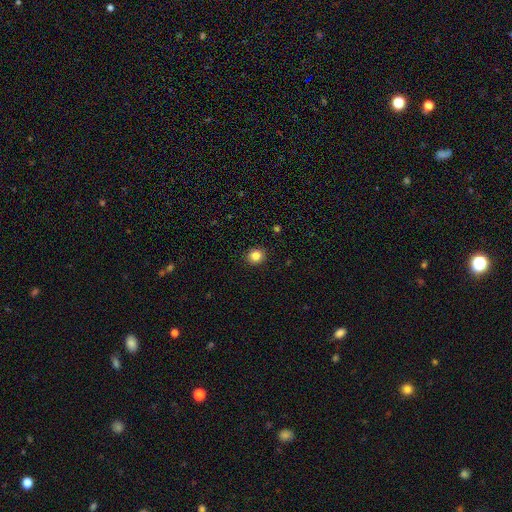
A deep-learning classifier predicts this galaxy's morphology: Overall: smooth (85%). How rounded: round (84%). Merging: none (92%).